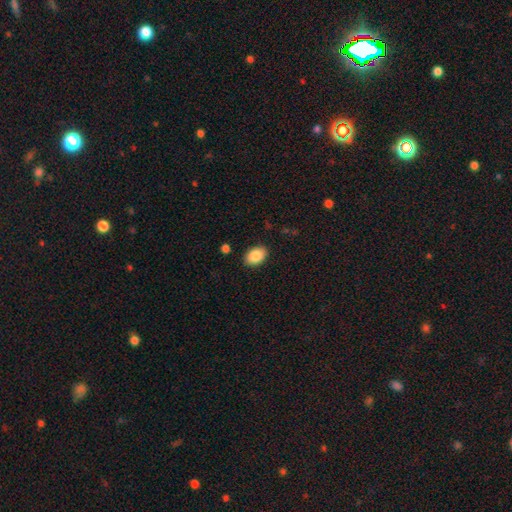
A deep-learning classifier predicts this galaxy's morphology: The model was most divided on "how rounded": in between: 85%, round: 14%, cigar-shaped: 1%. More confident: merging — none (88%); smooth or featured — smooth (87%).